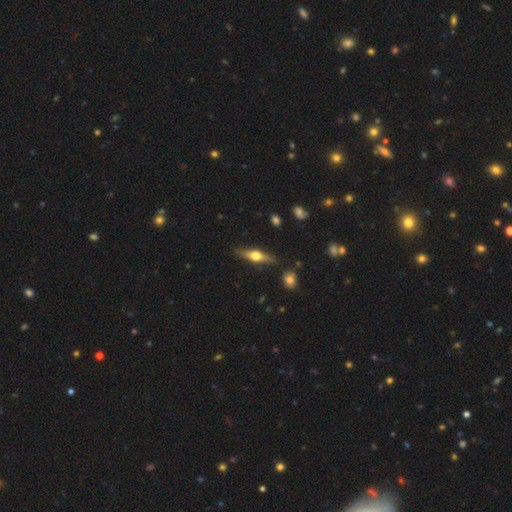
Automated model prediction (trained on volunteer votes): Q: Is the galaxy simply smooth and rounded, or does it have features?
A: featured or disk — 60%.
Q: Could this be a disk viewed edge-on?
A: yes — 95%.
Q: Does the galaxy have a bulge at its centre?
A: rounded — 94%.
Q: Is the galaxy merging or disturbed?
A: none — 86%.